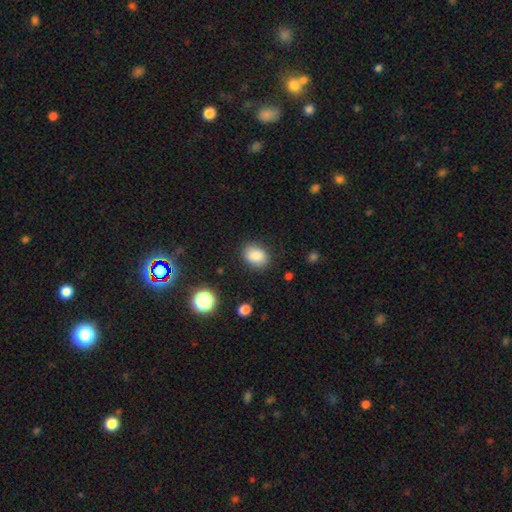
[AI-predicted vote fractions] A smooth galaxy with no disk features (85%) that is in between round and cigar-shaped (68%). Merging: none (83%).